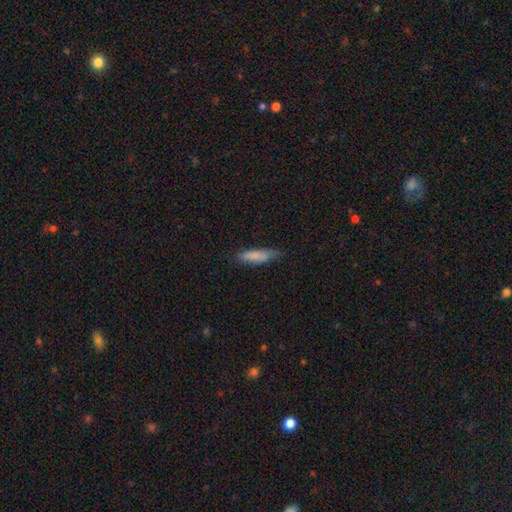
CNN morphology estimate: Smooth or featured? Predicted: smooth (p=0.81). How rounded? Predicted: cigar-shaped (p=0.71). Merging? Predicted: none (p=0.70).